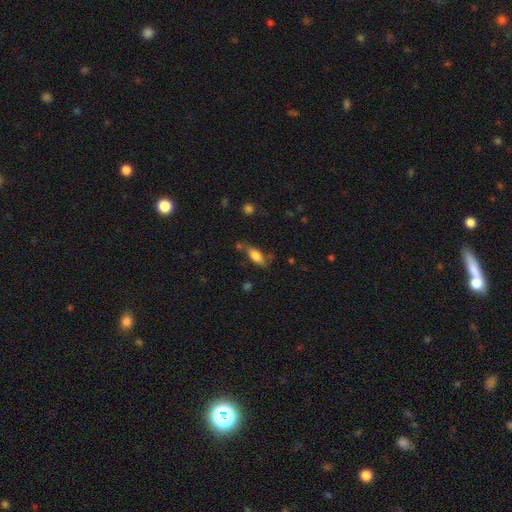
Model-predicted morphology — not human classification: Smooth or featured?
  - smooth: 70% *
  - featured or disk: 21%
  - star or artifact: 9%
How rounded?
  - in between: 75% *
  - cigar-shaped: 20%
  - round: 5%
Merging?
  - none: 56% *
  - minor disturbance: 26%
  - major disturbance: 11%
  - merger: 7%